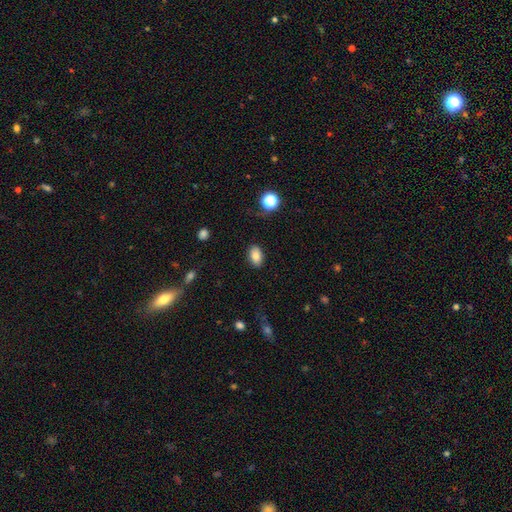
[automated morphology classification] Q: Smooth or featured?
A: smooth (83%); runner-up: star or artifact (9%)
Q: How rounded?
A: in between (89%); runner-up: round (10%)
Q: Merging?
A: none (86%); runner-up: minor disturbance (10%)